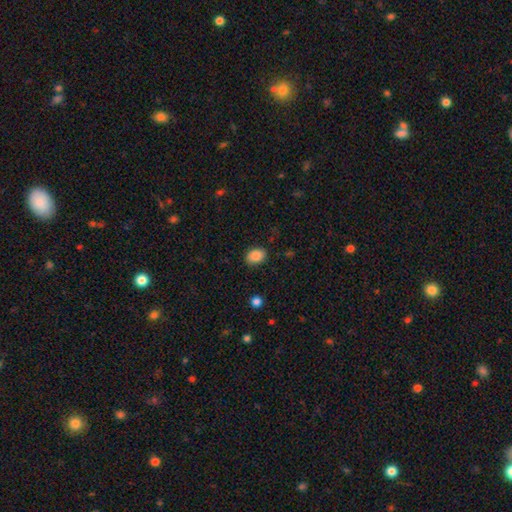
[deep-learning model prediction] Morphology: type=smooth (87%); roundness=in between (69%); merging=none (84%).